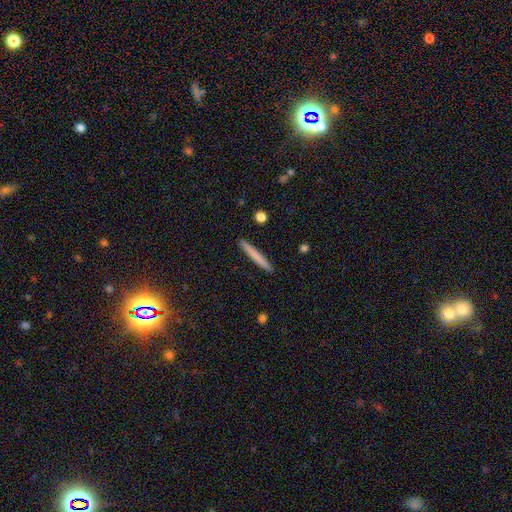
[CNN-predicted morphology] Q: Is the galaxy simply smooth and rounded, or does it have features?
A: smooth — 73%.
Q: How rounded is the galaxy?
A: cigar-shaped — 97%.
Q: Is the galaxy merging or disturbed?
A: none — 92%.